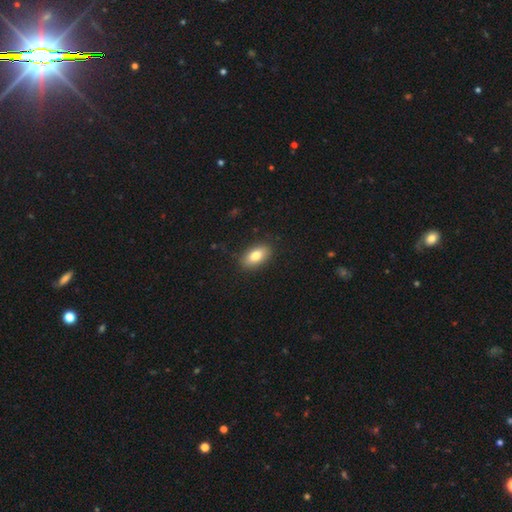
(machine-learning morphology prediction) Smooth or featured? Predicted: smooth (p=0.81). How rounded? Predicted: in between (p=0.90). Merging? Predicted: none (p=0.87).